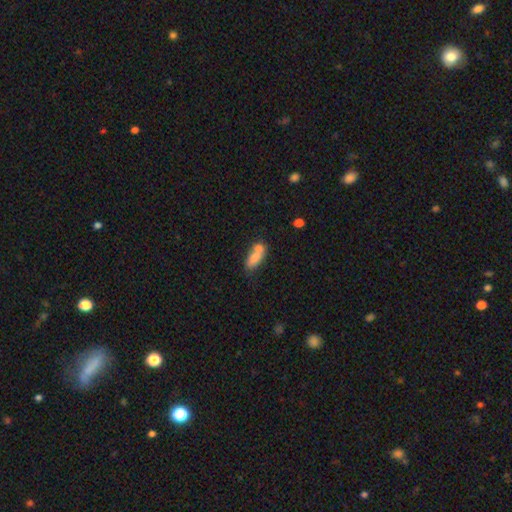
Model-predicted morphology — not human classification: smooth-or-featured: smooth: 74% | featured or disk: 17% | star or artifact: 8%
  how-rounded: in between: 74% | cigar-shaped: 22% | round: 4%
  merging: merger: 42% | none: 35% | minor disturbance: 16% | major disturbance: 7%